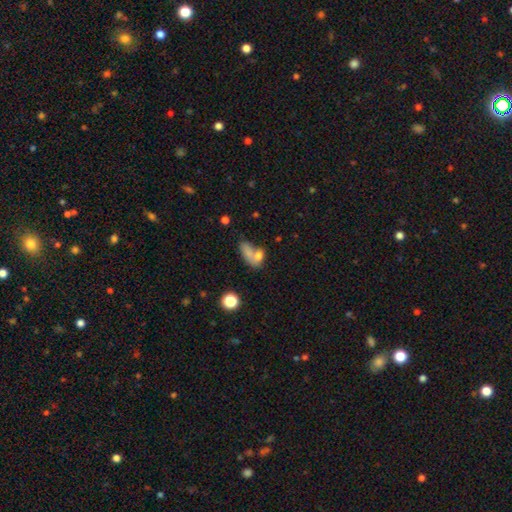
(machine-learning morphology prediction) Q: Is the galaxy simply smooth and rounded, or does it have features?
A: smooth — 73%.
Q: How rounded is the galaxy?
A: in between — 75%.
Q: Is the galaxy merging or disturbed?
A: merger — 48%.